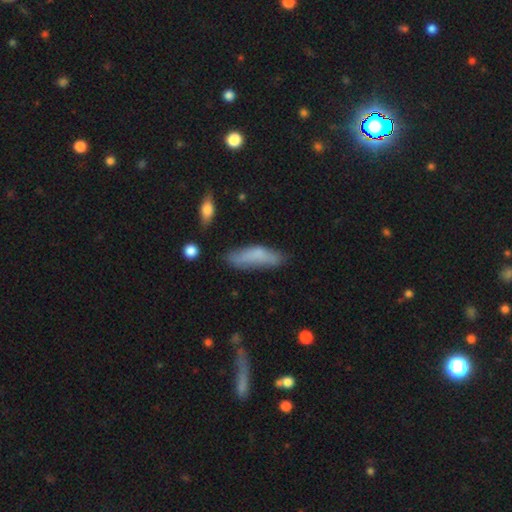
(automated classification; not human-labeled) smooth_or_featured: smooth (p=0.72) [alt: featured or disk p=0.21]
how_rounded: cigar-shaped (p=0.59) [alt: in between p=0.39]
merging: none (p=0.60) [alt: minor disturbance p=0.27]